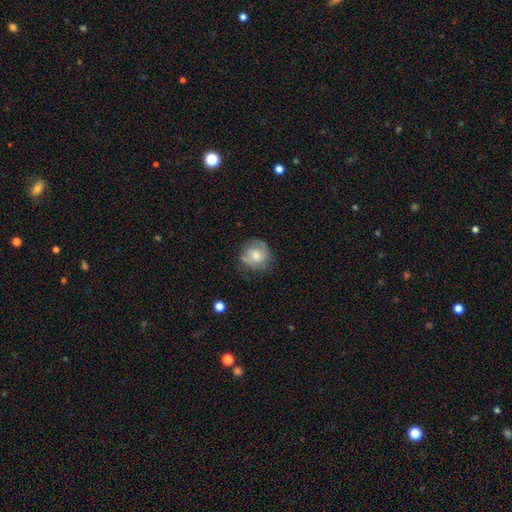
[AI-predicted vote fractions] The model was most divided on "smooth or featured": smooth: 56%, featured or disk: 36%, star or artifact: 8%. More confident: how rounded — round (85%); merging — none (64%).